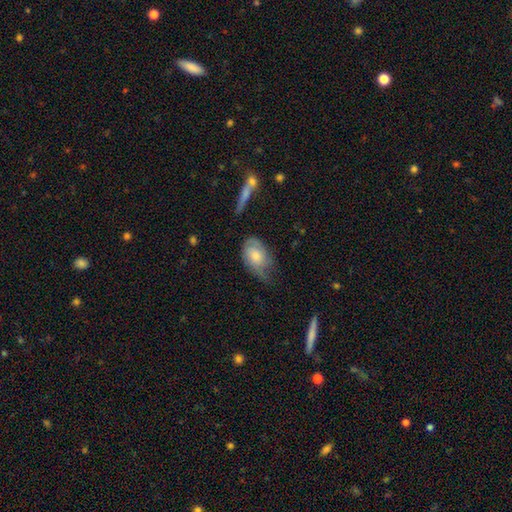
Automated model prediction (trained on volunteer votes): The model was most divided on "merging": minor disturbance: 40%, none: 39%, major disturbance: 19%, merger: 2%. More confident: how rounded — in between (85%); smooth or featured — smooth (61%).